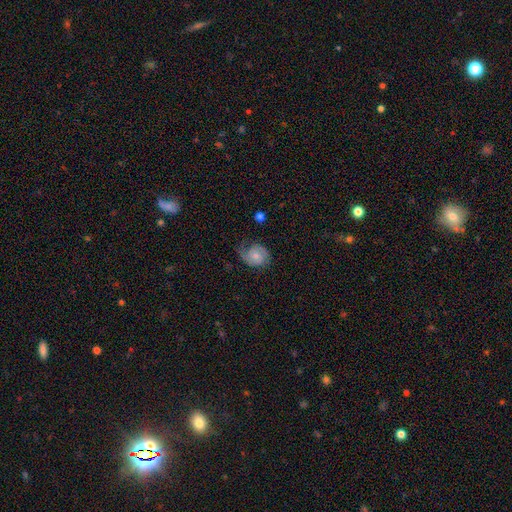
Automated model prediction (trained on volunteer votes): A featured or disk galaxy (63%) with no bar (71%), 2 (68%) medium (42%) spiral arms (91%) and a small central bulge (51%). Merging: none (53%).